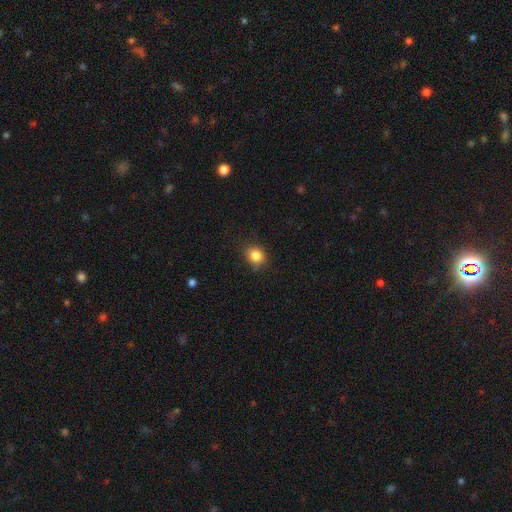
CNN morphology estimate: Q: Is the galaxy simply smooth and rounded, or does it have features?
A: smooth — 85%.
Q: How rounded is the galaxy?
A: round — 68%.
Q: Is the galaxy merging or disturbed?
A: none — 80%.